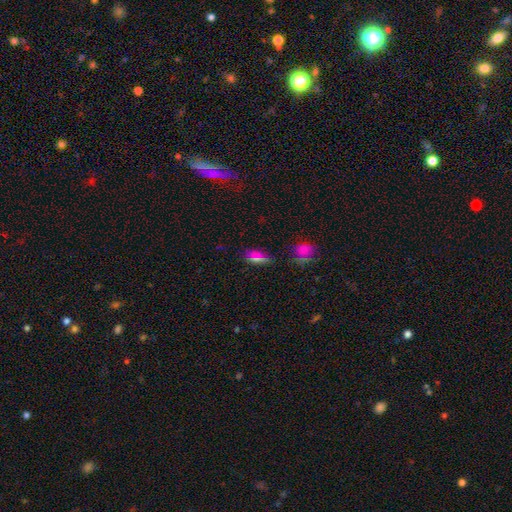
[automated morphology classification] Overall: smooth (62%; star or artifact 29%). How rounded: in between (82%). Merging: none (74%).